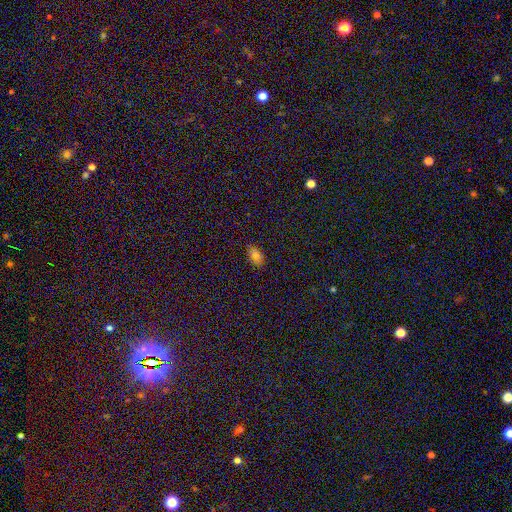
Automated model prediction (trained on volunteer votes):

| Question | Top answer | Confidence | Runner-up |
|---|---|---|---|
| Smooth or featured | smooth | 77% | star or artifact (14%) |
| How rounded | in between | 89% | round (8%) |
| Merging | none | 85% | minor disturbance (12%) |